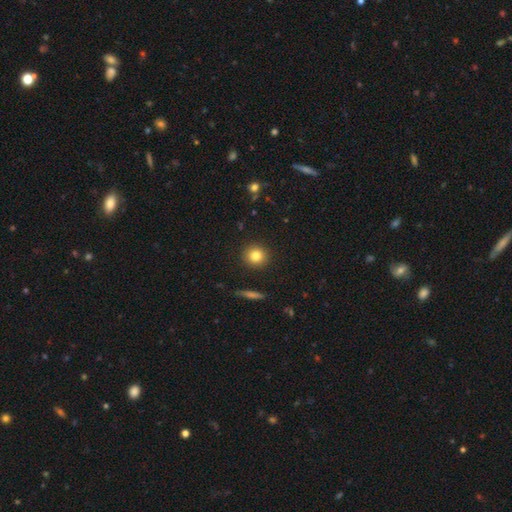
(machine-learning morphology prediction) Smooth or featured: smooth — 81% (star or artifact — 11%)
How rounded: round — 91% (in between — 7%)
Merging: none — 92% (minor disturbance — 5%)